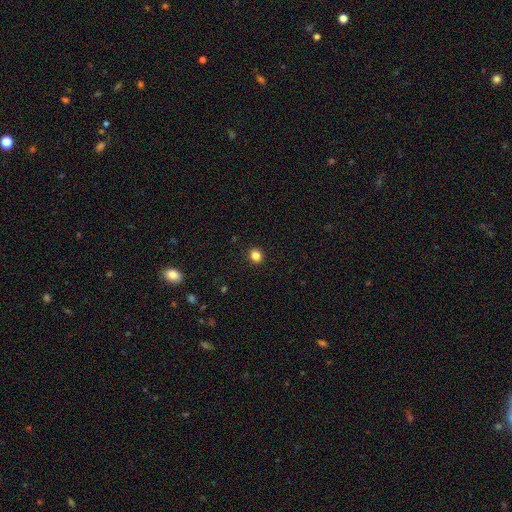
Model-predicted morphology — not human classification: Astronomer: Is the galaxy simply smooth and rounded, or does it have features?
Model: smooth — 84%.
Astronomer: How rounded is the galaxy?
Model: round — 67%.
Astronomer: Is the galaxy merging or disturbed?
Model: none — 92%.